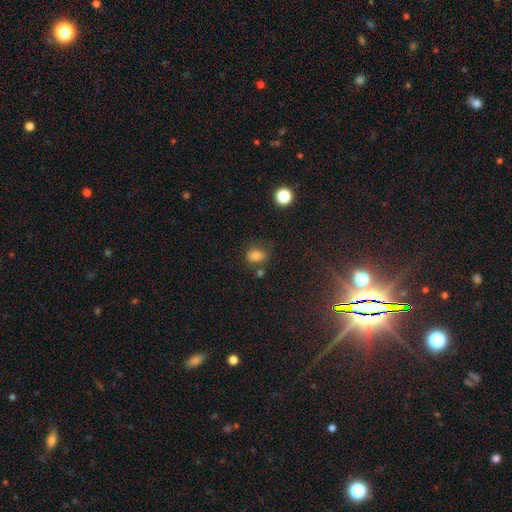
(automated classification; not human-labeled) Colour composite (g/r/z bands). It shows a smooth galaxy with no disk features (77%) that is in between round and cigar-shaped (61%). Merging: none (60%).